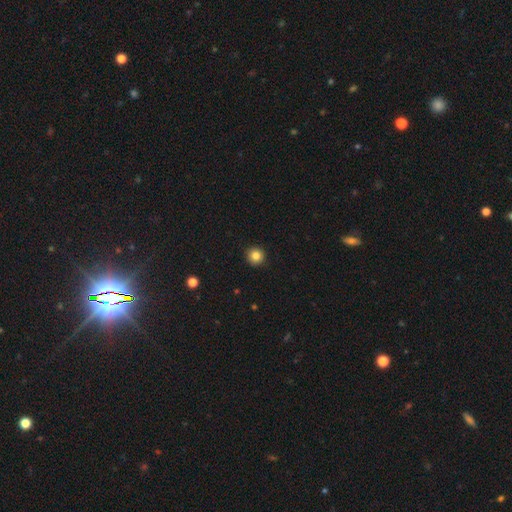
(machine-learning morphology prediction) Smooth or featured?
  - smooth: 83% *
  - star or artifact: 11%
  - featured or disk: 5%
How rounded?
  - round: 95% *
  - in between: 4%
  - cigar-shaped: 1%
Merging?
  - none: 93% *
  - minor disturbance: 5%
  - major disturbance: 1%
  - merger: 1%